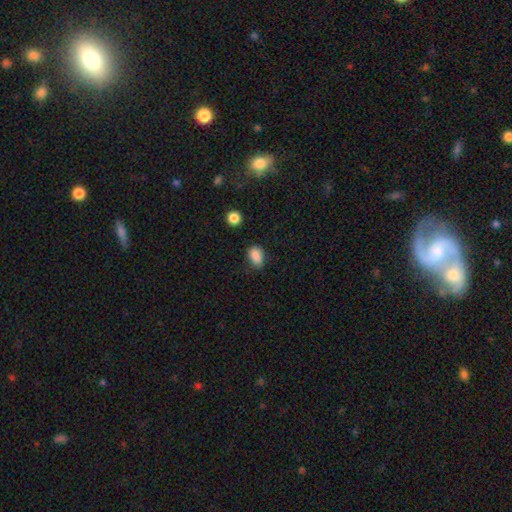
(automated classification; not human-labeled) Smooth or featured? Predicted: smooth (p=0.86). How rounded? Predicted: in between (p=0.82). Merging? Predicted: none (p=0.68).